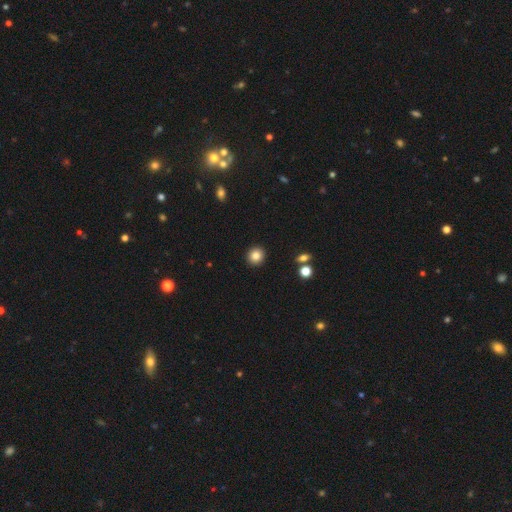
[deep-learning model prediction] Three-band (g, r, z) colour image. It shows a smooth galaxy with no disk features (85%) that is round (90%). Merging: none (92%).